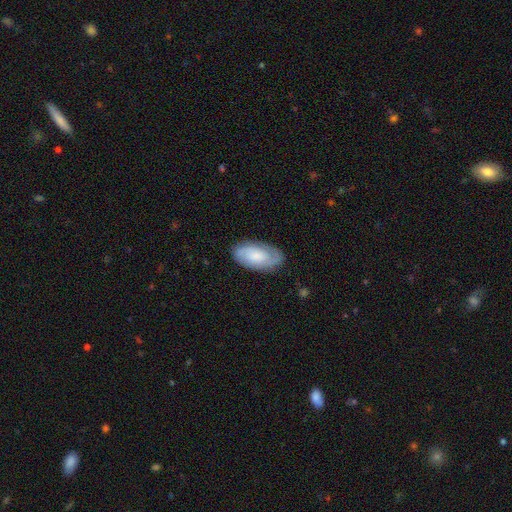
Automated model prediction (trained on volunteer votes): Smooth or featured? featured or disk (53%)
Edge-on disk? no (94%)
Merging? none (80%)